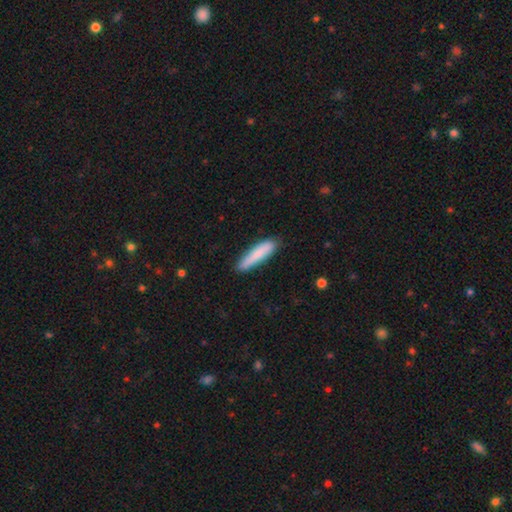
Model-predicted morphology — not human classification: Smooth or featured? Predicted: smooth (p=0.84). How rounded? Predicted: cigar-shaped (p=0.84). Merging? Predicted: none (p=0.84).